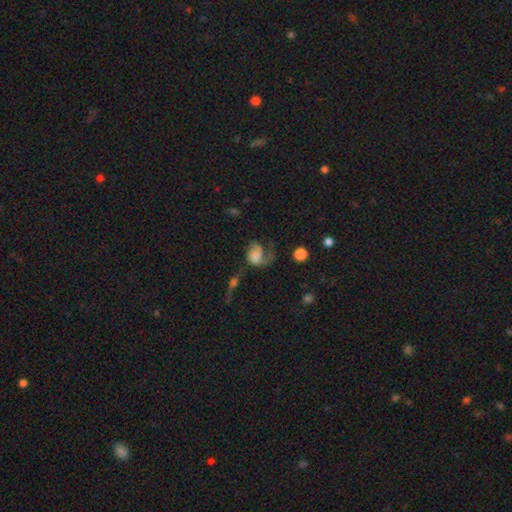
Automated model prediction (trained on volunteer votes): smooth-or-featured: featured or disk: 45% | smooth: 44% | star or artifact: 11%
  merging: major disturbance: 49% | none: 24% | minor disturbance: 18% | merger: 9%